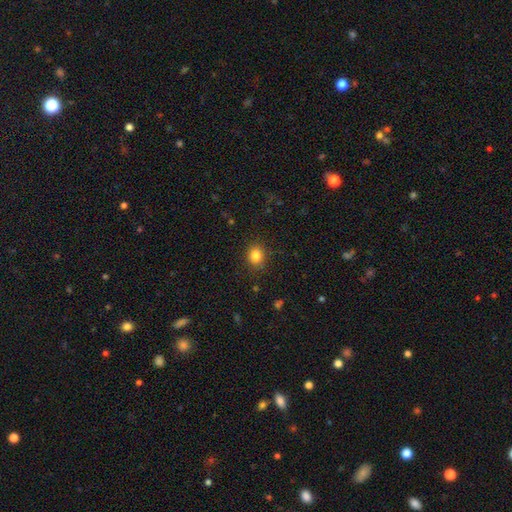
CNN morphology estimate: smooth-or-featured: smooth: 83% | star or artifact: 11% | featured or disk: 5%
  how-rounded: round: 69% | in between: 30% | cigar-shaped: 1%
  merging: none: 88% | minor disturbance: 8% | major disturbance: 3% | merger: 1%